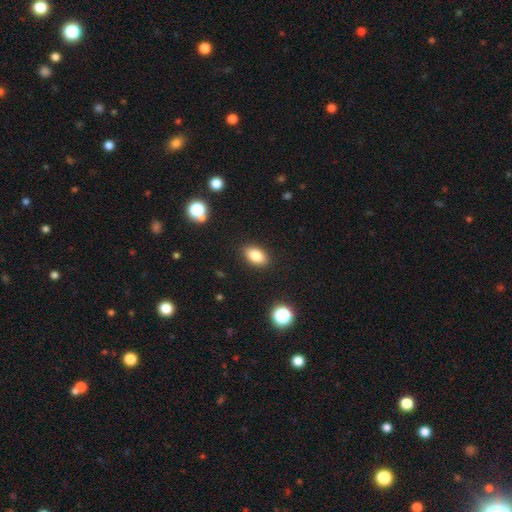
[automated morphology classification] Smooth or featured?
  - smooth: 83% *
  - star or artifact: 10%
  - featured or disk: 7%
How rounded?
  - in between: 88% *
  - round: 9%
  - cigar-shaped: 2%
Merging?
  - none: 88% *
  - minor disturbance: 8%
  - major disturbance: 2%
  - merger: 1%